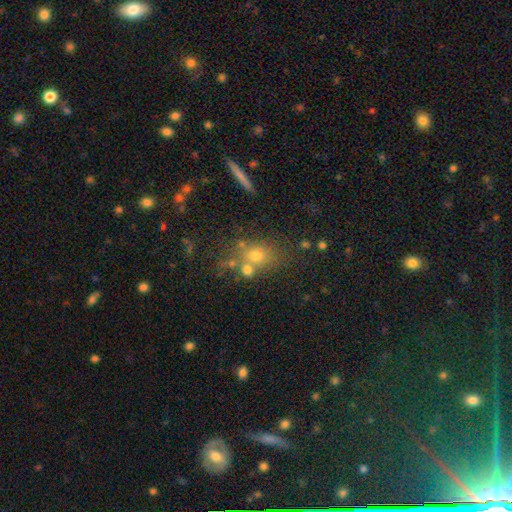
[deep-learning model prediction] The model was most divided on "merging": none: 54%, merger: 28%, minor disturbance: 12%, major disturbance: 6%. More confident: smooth or featured — smooth (62%); how rounded — round (62%).